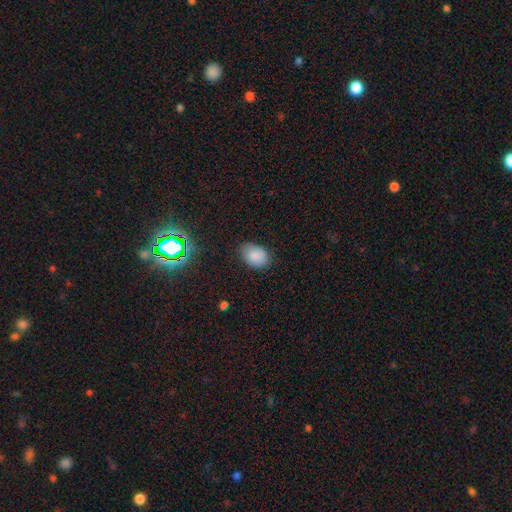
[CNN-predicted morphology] smooth-or-featured: smooth: 85% | star or artifact: 9% | featured or disk: 6%
  how-rounded: in between: 85% | round: 14% | cigar-shaped: 1%
  merging: none: 77% | minor disturbance: 18% | major disturbance: 4% | merger: 1%